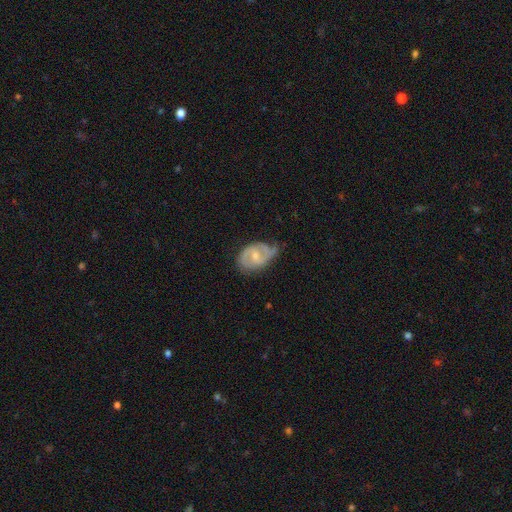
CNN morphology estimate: Overall: featured or disk (72%). Edge-on disk: no (97%). Bar: weak (49%; no 40%). Spiral arms: yes (89%). Spiral arm count: 2 (73%). Spiral winding: medium (46%; tight 34%). Bulge size: small (49%; moderate 46%). Merging: none (50%; minor disturbance 35%).